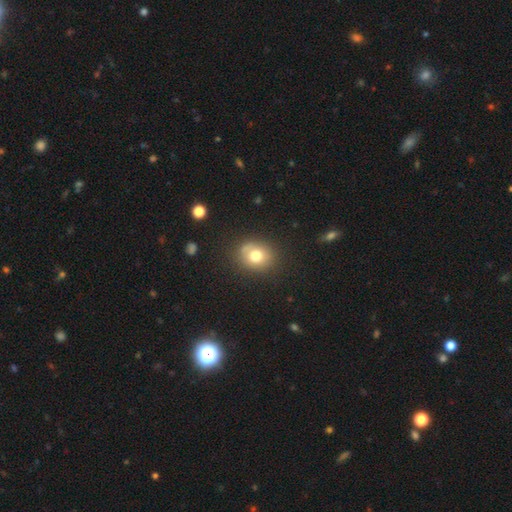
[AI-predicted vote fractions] Smooth or featured? smooth (75%)
How rounded? round (67%)
Merging? none (79%)